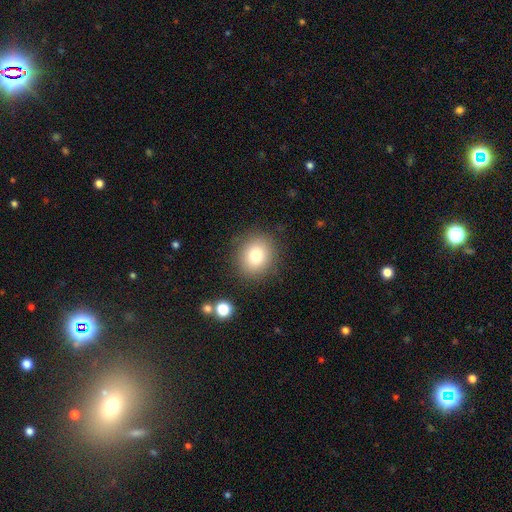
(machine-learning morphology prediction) Smooth or featured: smooth — 77% (star or artifact — 12%)
How rounded: round — 77% (in between — 23%)
Merging: none — 86% (minor disturbance — 9%)